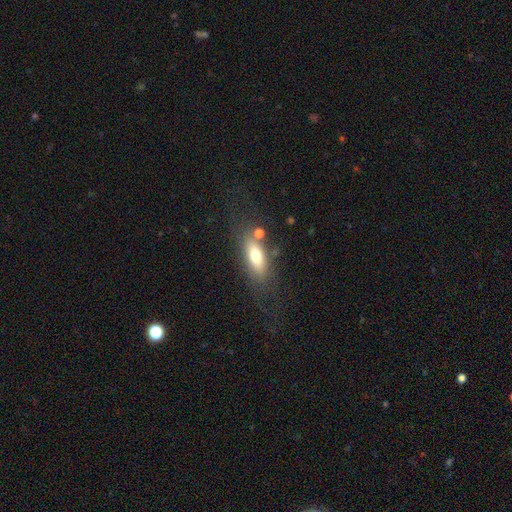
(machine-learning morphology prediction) Smooth or featured? smooth (70%)
How rounded? in between (71%)
Merging? none (68%)